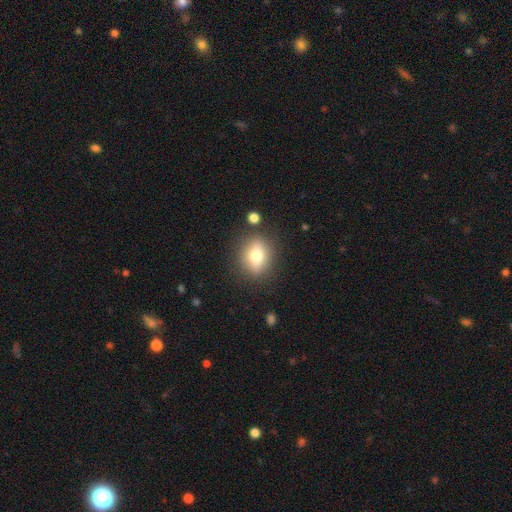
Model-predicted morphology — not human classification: type=smooth (64%); roundness=round (49%); merging=none (83%).